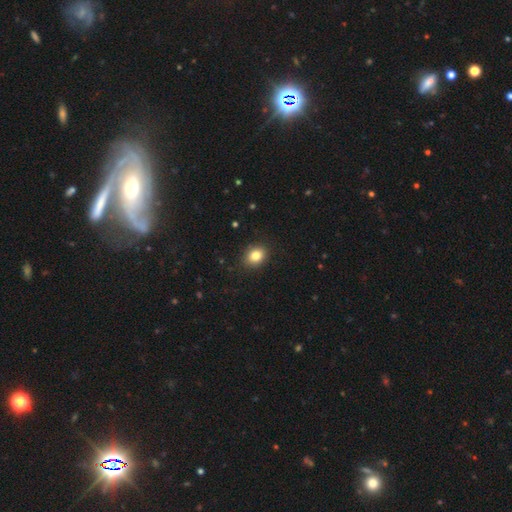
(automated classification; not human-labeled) smooth_or_featured: smooth (p=0.84) [alt: star or artifact p=0.10]
how_rounded: in between (p=0.54) [alt: round p=0.45]
merging: none (p=0.88) [alt: minor disturbance p=0.08]